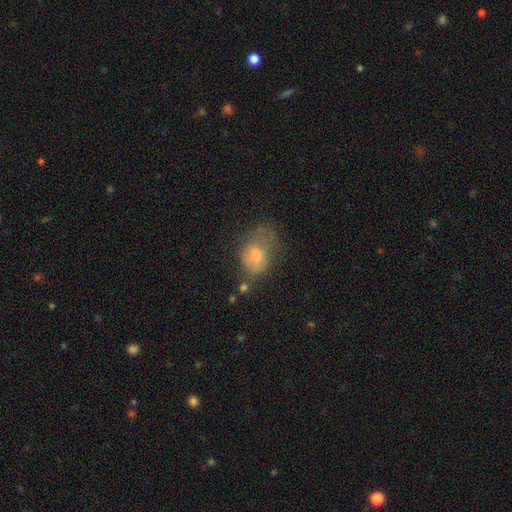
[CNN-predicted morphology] A smooth galaxy with no disk features (66%) that is in between round and cigar-shaped (76%). Merging: none (38%).